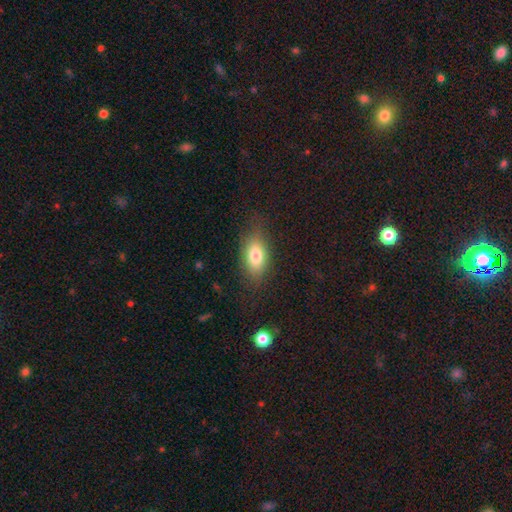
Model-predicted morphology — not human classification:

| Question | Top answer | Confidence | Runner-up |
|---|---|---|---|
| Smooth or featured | smooth | 78% | featured or disk (14%) |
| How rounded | in between | 87% | round (8%) |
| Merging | none | 77% | minor disturbance (16%) |